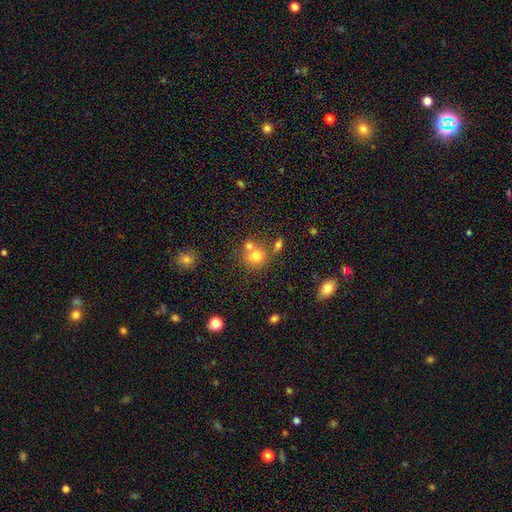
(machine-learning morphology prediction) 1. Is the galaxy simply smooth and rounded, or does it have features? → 73% smooth, 14% star or artifact, 13% featured or disk.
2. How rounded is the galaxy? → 82% round, 17% in between, 1% cigar-shaped.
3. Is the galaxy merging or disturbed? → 49% none, 37% merger, 10% minor disturbance, 4% major disturbance.